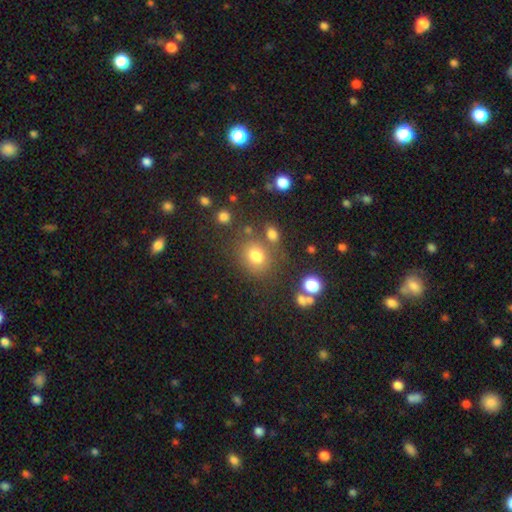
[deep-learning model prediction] Smooth or featured?
  - smooth: 77% *
  - star or artifact: 15%
  - featured or disk: 8%
How rounded?
  - round: 71% *
  - in between: 28%
  - cigar-shaped: 1%
Merging?
  - none: 70% *
  - minor disturbance: 12%
  - merger: 12%
  - major disturbance: 6%